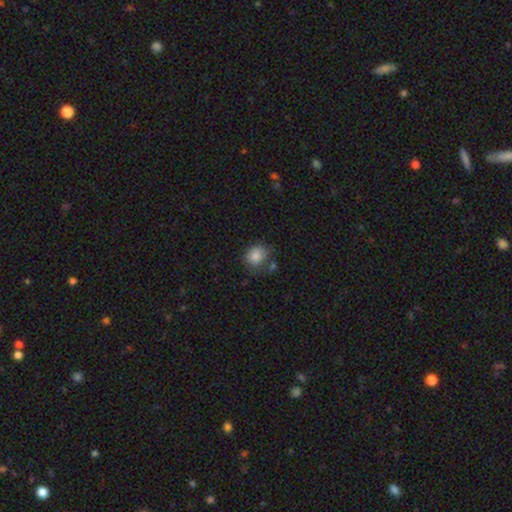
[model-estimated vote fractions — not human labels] The model was most divided on "how rounded": round: 71%, in between: 28%, cigar-shaped: 1%. More confident: smooth or featured — smooth (84%); merging — none (64%).